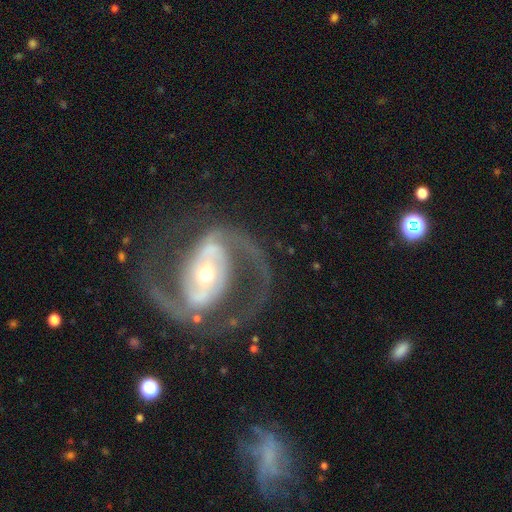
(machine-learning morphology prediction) smooth_or_featured: featured or disk (p=0.91) [alt: star or artifact p=0.04]
disk_edge_on: no (p=0.97) [alt: yes p=0.03]
bar: strong (p=0.40) [alt: no p=0.31]
has_spiral_arms: yes (p=0.96) [alt: no p=0.04]
spiral_winding: medium (p=0.58) [alt: tight p=0.21]
spiral_arm_count: 2 (p=0.93) [alt: can't tell p=0.02]
bulge_size: moderate (p=0.52) [alt: small p=0.39]
merging: none (p=0.75) [alt: minor disturbance p=0.12]